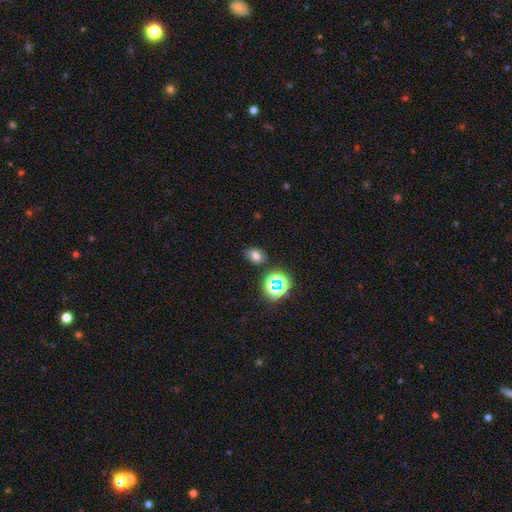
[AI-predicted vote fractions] smooth 68%, star or artifact 21%, featured or disk 11%. Down the decision tree: how rounded — in between (68%); merging — none (82%).